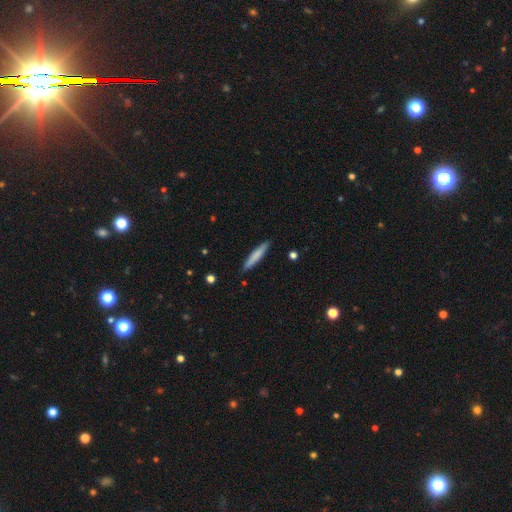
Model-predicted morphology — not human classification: Smooth or featured? Predicted: smooth (p=0.75). How rounded? Predicted: cigar-shaped (p=0.93). Merging? Predicted: none (p=0.90).